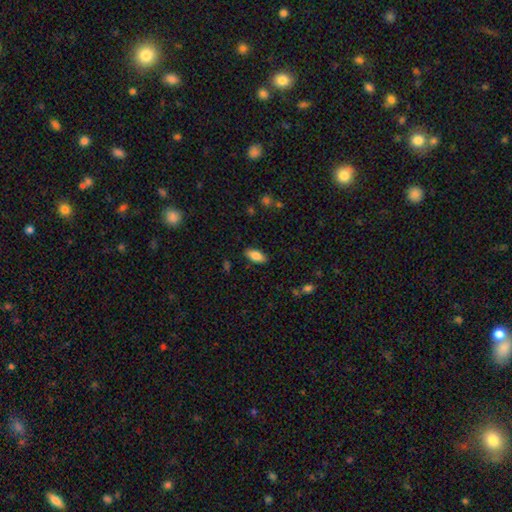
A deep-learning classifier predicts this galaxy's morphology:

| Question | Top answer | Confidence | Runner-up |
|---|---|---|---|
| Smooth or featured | smooth | 83% | featured or disk (10%) |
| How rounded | in between | 88% | cigar-shaped (10%) |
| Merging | none | 86% | minor disturbance (10%) |